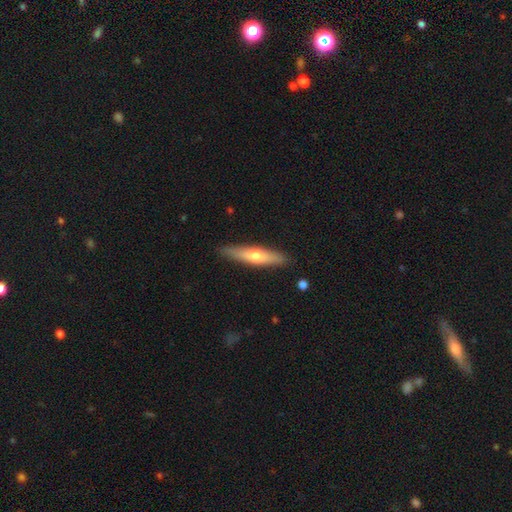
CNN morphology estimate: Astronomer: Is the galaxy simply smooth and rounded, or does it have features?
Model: smooth — 51% (runner-up: featured or disk, 44%).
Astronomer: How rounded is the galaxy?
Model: cigar-shaped — 83%.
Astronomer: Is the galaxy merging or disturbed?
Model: none — 88%.